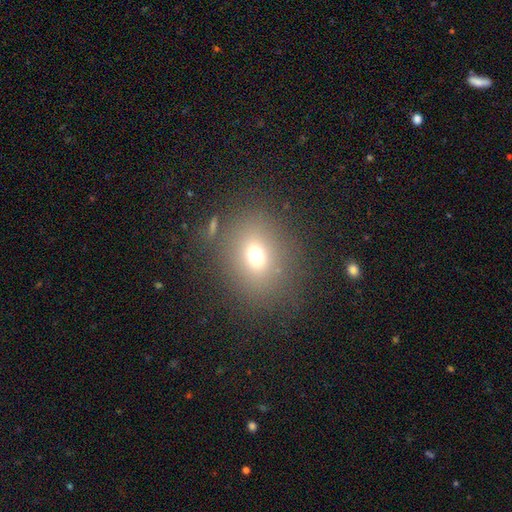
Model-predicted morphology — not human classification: A smooth galaxy with no disk features (69%) that is round (61%).

Vote fractions:
- Smooth or featured? smooth: 69% / star or artifact: 19% / featured or disk: 12%
- How rounded? round: 61% / in between: 38% / cigar-shaped: 1%
- Merging? none: 78% / minor disturbance: 11% / major disturbance: 7% / merger: 5%